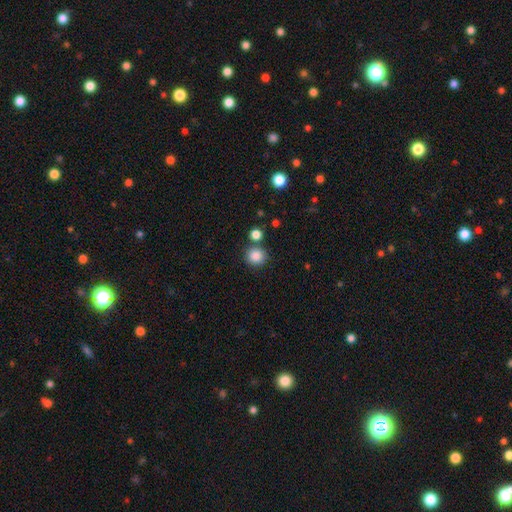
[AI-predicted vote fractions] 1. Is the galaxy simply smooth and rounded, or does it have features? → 86% smooth, 10% star or artifact, 4% featured or disk.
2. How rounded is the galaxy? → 89% round, 10% in between, 1% cigar-shaped.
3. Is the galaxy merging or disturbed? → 78% none, 11% merger, 9% minor disturbance, 3% major disturbance.